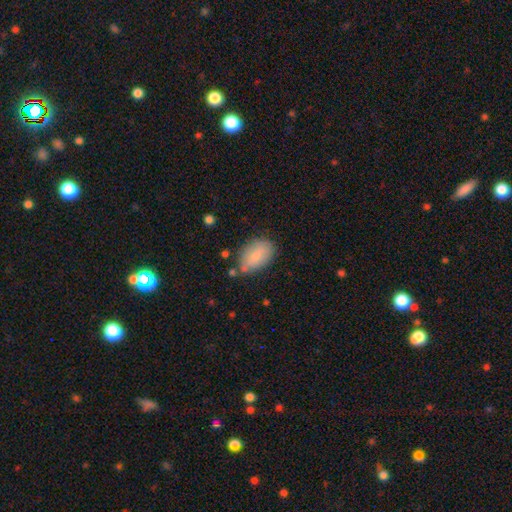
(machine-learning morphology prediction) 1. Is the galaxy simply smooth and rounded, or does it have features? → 81% smooth, 12% featured or disk, 7% star or artifact.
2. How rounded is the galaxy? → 90% in between, 8% round, 2% cigar-shaped.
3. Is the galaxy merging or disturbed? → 72% none, 19% minor disturbance, 5% merger, 4% major disturbance.